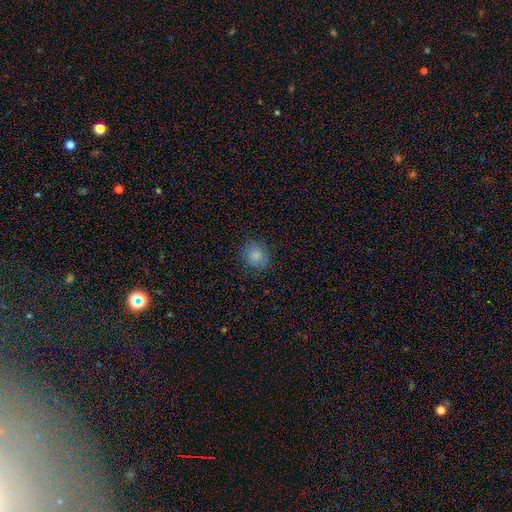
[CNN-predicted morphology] Smooth or featured? smooth (85%)
How rounded? round (74%)
Merging? none (84%)